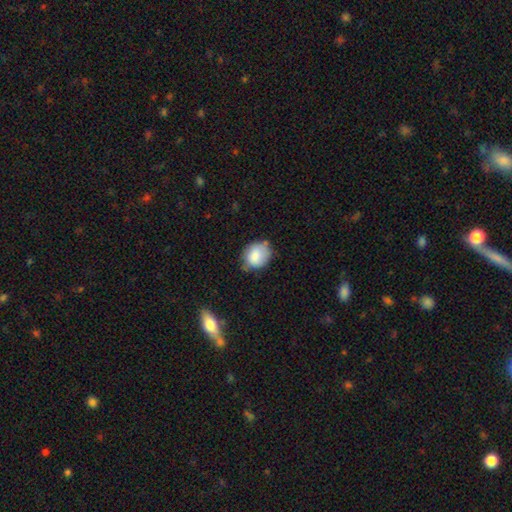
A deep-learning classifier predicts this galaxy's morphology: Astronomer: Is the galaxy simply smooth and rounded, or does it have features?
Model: smooth — 83%.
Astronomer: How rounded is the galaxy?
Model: round — 55% (runner-up: in between, 44%).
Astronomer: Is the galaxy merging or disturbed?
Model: none — 58%.